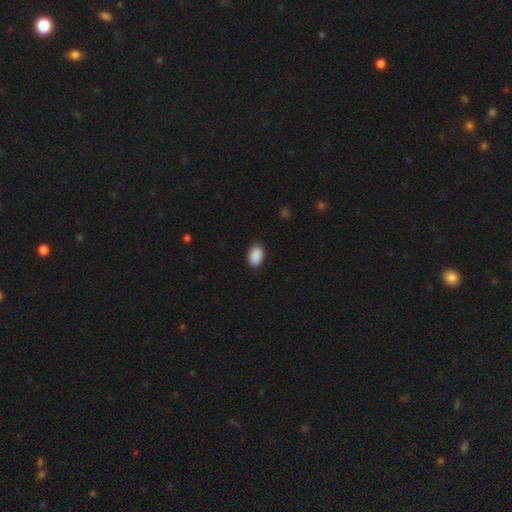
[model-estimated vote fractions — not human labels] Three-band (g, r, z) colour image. It shows a smooth galaxy with no disk features (91%) that is in between round and cigar-shaped (90%). Merging: none (87%).